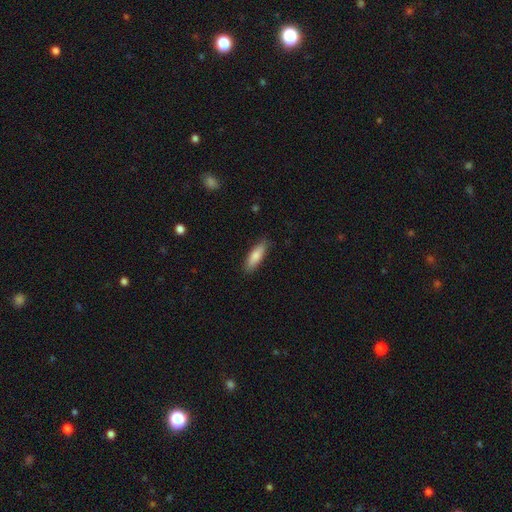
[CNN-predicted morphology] Q: Smooth or featured?
A: smooth (81%); runner-up: featured or disk (14%)
Q: How rounded?
A: in between (50%); runner-up: cigar-shaped (49%)
Q: Merging?
A: none (84%); runner-up: minor disturbance (12%)